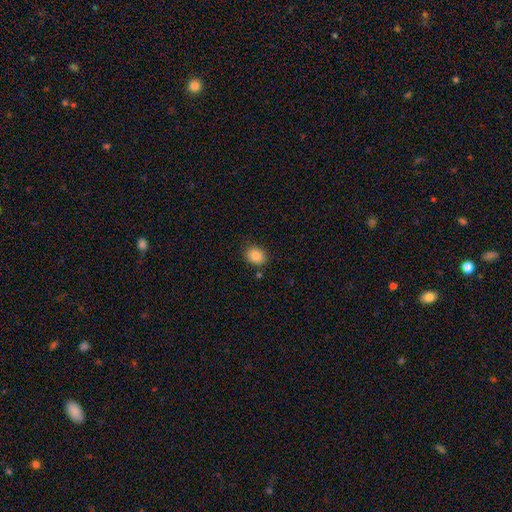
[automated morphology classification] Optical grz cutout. It shows a smooth galaxy with no disk features (86%) that is round (53%). Merging: none (85%).